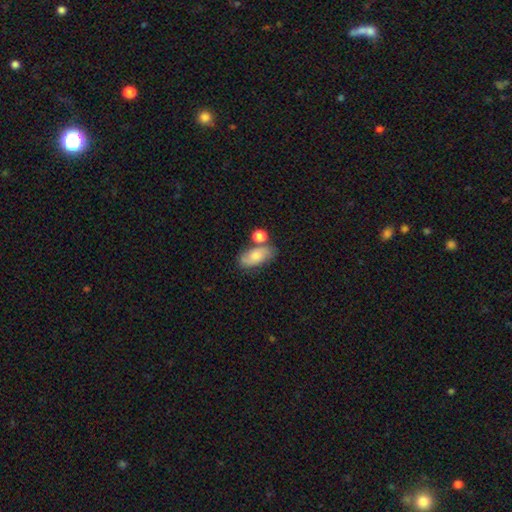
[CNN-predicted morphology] smooth-or-featured: smooth: 55% | featured or disk: 36% | star or artifact: 9%
  how-rounded: in between: 87% | round: 8% | cigar-shaped: 5%
  merging: none: 53% | merger: 22% | minor disturbance: 19% | major disturbance: 6%